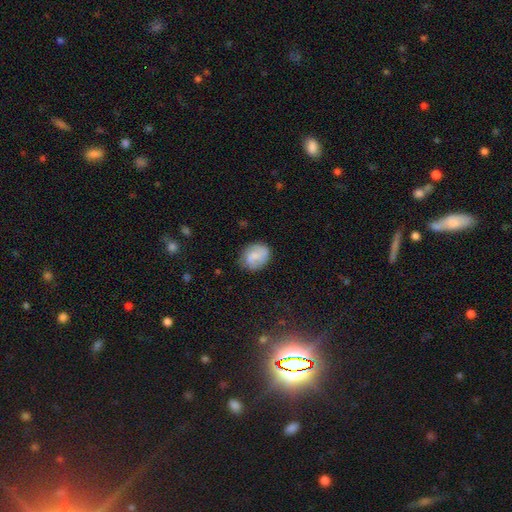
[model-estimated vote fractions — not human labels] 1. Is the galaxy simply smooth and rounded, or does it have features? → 60% smooth, 33% featured or disk, 8% star or artifact.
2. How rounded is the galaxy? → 52% round, 47% in between, 1% cigar-shaped.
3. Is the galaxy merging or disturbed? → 71% none, 21% minor disturbance, 6% major disturbance, 2% merger.